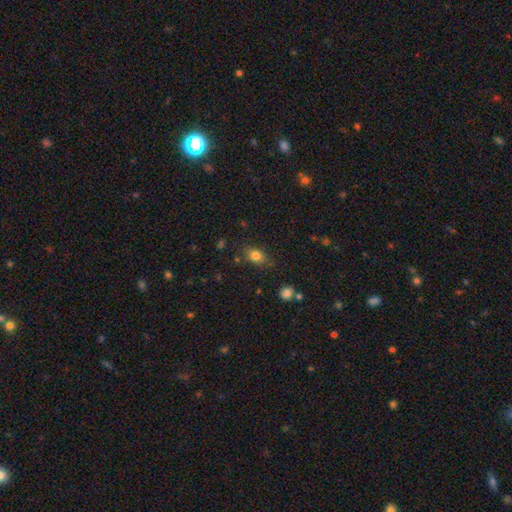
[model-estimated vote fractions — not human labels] Smooth or featured?
  - smooth: 80% *
  - star or artifact: 11%
  - featured or disk: 9%
How rounded?
  - in between: 71% *
  - round: 27%
  - cigar-shaped: 3%
Merging?
  - none: 75% *
  - minor disturbance: 17%
  - major disturbance: 5%
  - merger: 3%